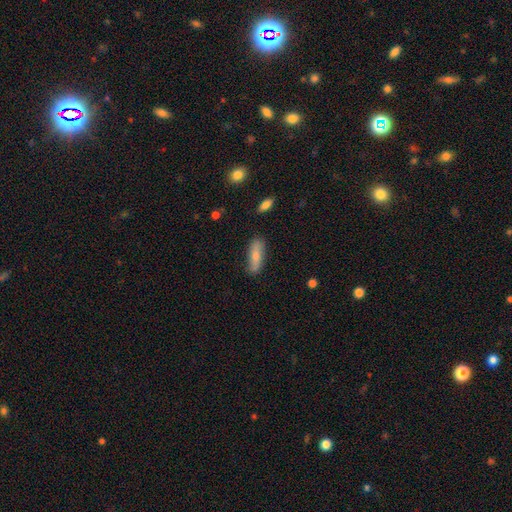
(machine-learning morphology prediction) A smooth galaxy with no disk features (69%) that is in between round and cigar-shaped (52%). Merging: none (80%).